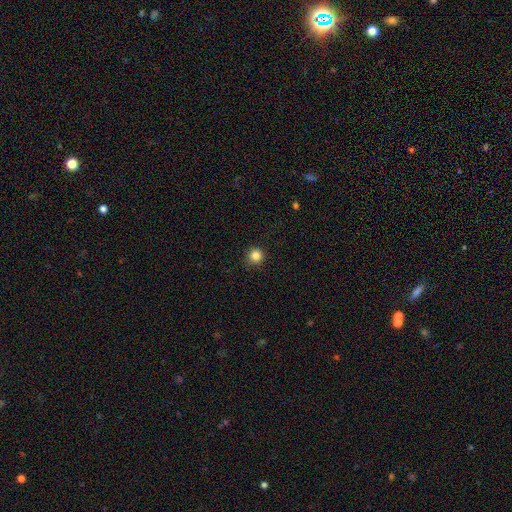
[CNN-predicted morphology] type=smooth (84%); roundness=round (95%); merging=none (91%).